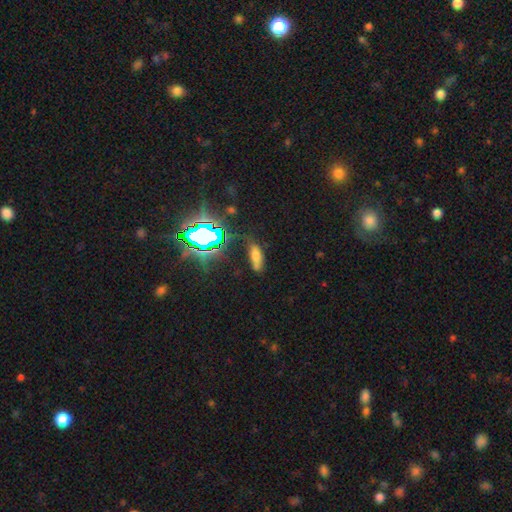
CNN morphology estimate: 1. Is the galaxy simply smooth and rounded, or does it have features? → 60% smooth, 27% star or artifact, 13% featured or disk.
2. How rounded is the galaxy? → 65% in between, 30% cigar-shaped, 4% round.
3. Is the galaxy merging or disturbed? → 63% none, 22% minor disturbance, 9% major disturbance, 6% merger.